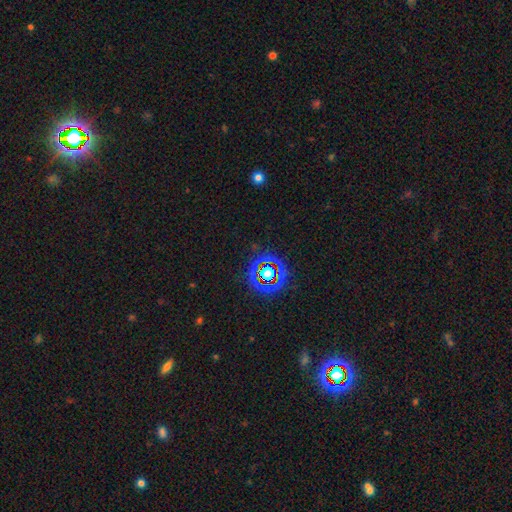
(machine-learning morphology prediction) Smooth or featured: star or artifact — 61% (smooth — 25%)